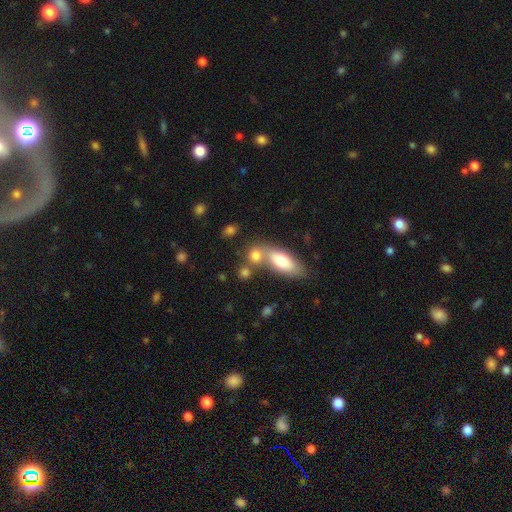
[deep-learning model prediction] smooth-or-featured: smooth: 78% | featured or disk: 13% | star or artifact: 10%
  how-rounded: in between: 48% | round: 44% | cigar-shaped: 9%
  merging: none: 44% | merger: 43% | minor disturbance: 9% | major disturbance: 4%